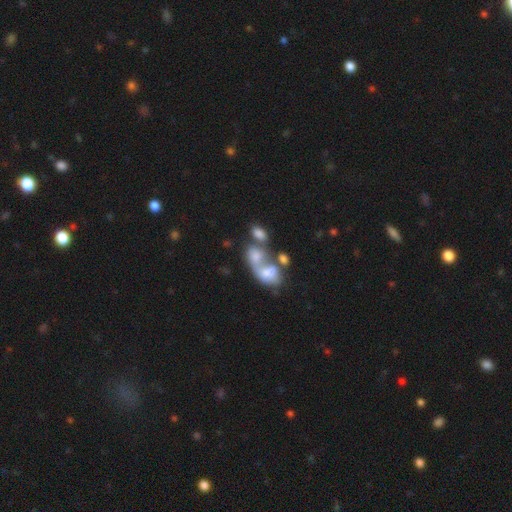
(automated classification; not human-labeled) Smooth or featured?
  - smooth: 63% *
  - featured or disk: 26%
  - star or artifact: 11%
How rounded?
  - in between: 79% *
  - round: 19%
  - cigar-shaped: 2%
Merging?
  - merger: 67% *
  - none: 14%
  - major disturbance: 12%
  - minor disturbance: 7%